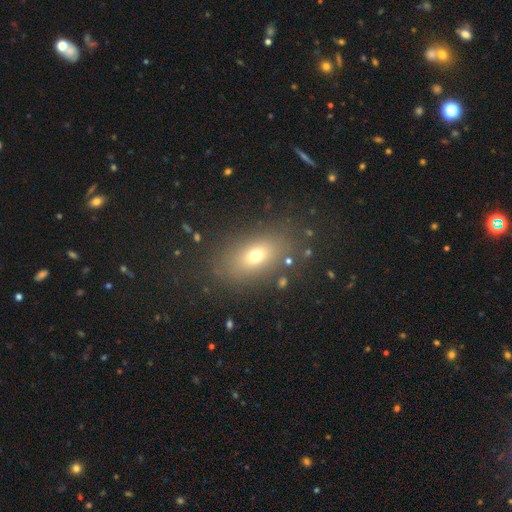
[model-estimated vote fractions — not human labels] Morphology: type=smooth (69%); roundness=in between (78%); merging=none (83%).